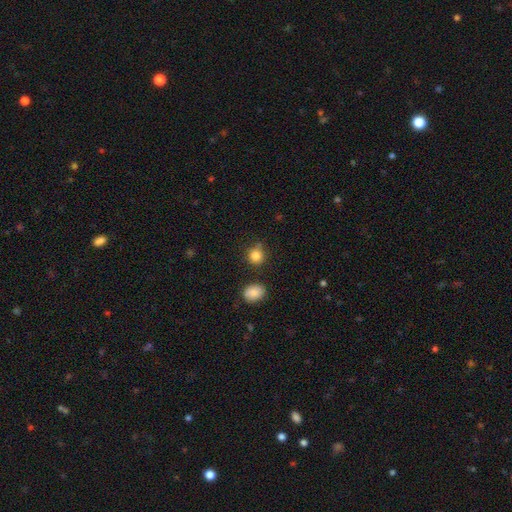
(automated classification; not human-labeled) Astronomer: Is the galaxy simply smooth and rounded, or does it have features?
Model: smooth — 85%.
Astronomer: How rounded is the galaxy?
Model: round — 87%.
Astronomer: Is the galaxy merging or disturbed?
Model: none — 75%.